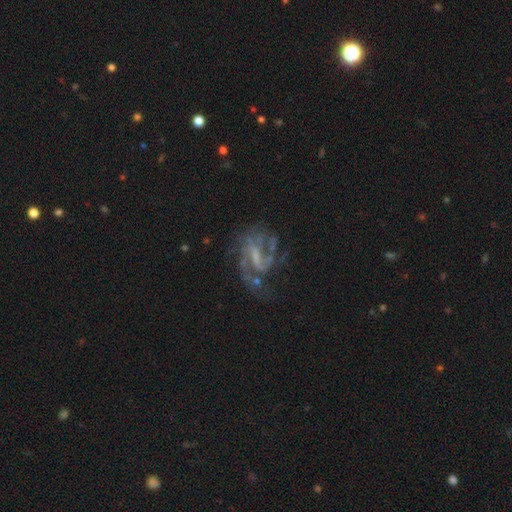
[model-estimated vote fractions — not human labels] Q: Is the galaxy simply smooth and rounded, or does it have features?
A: featured or disk — 83%.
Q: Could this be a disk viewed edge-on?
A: no — 97%.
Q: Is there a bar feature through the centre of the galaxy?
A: weak — 48%.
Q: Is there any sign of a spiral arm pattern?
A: yes — 90%.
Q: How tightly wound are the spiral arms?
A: medium — 48%.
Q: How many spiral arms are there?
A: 2 — 43%.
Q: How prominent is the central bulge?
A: none — 44%.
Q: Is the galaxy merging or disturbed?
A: none — 51%.